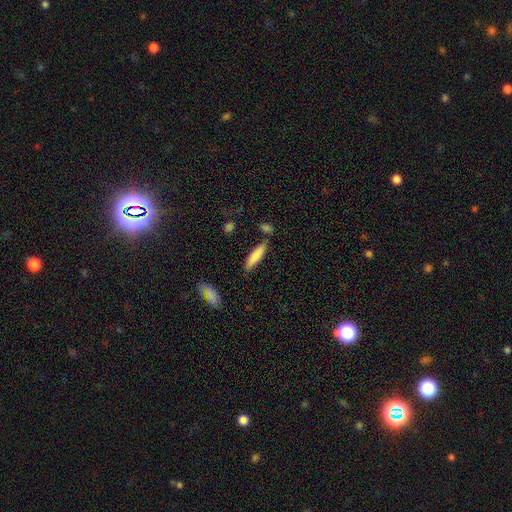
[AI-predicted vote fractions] This is clearly a smooth galaxy (82%). How rounded: likely cigar-shaped (75%). Merging: likely none (80%).